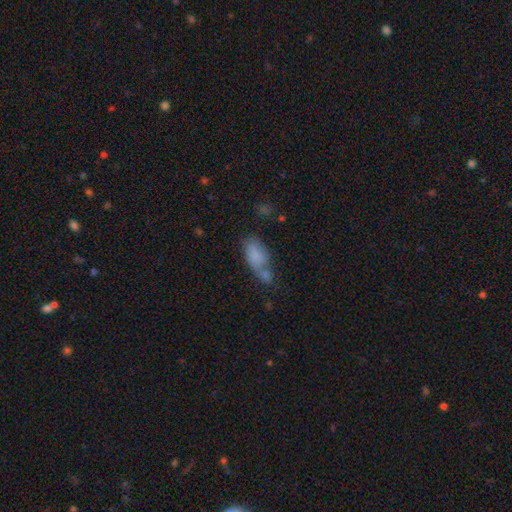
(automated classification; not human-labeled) Smooth or featured: smooth — 78% (featured or disk — 12%)
How rounded: in between — 88% (cigar-shaped — 6%)
Merging: merger — 40% (none — 32%)